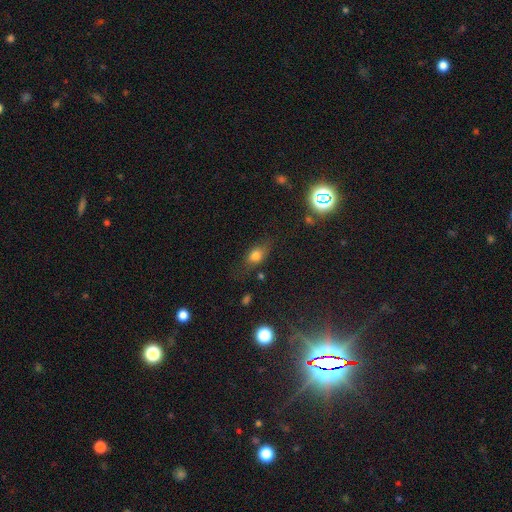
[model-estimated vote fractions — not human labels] The model was most divided on "merging": none: 66%, minor disturbance: 22%, major disturbance: 9%, merger: 3%. More confident: how rounded — in between (73%); smooth or featured — smooth (72%).